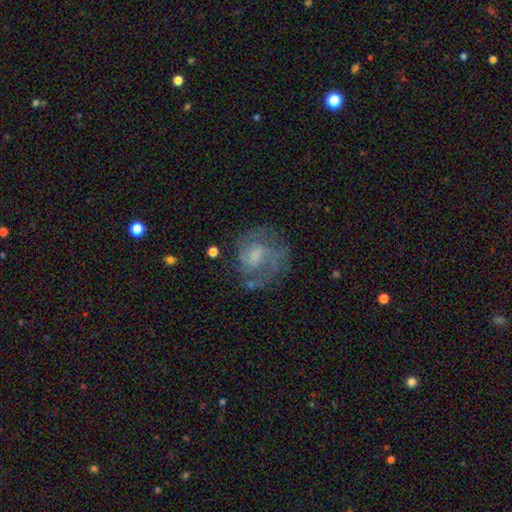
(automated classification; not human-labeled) Q: Smooth or featured?
A: featured or disk (62%); runner-up: smooth (28%)
Q: Edge-on disk?
A: no (97%); runner-up: yes (3%)
Q: Bar?
A: no (49%); runner-up: weak (43%)
Q: Spiral arms?
A: yes (75%); runner-up: no (25%)
Q: Bulge size?
A: small (33%); runner-up: moderate (29%)
Q: Merging?
A: none (55%); runner-up: major disturbance (22%)